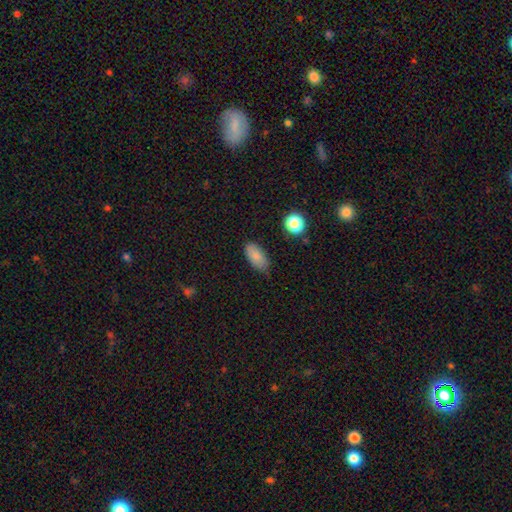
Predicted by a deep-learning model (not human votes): Smooth or featured?
  - smooth: 85% *
  - star or artifact: 8%
  - featured or disk: 7%
How rounded?
  - in between: 91% *
  - cigar-shaped: 6%
  - round: 3%
Merging?
  - none: 78% *
  - minor disturbance: 17%
  - major disturbance: 3%
  - merger: 2%